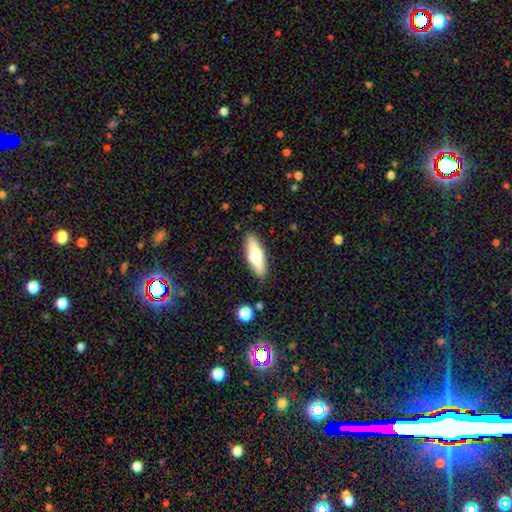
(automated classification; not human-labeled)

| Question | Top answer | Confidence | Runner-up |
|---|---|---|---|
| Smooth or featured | smooth | 54% | featured or disk (40%) |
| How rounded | in between | 51% | cigar-shaped (46%) |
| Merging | none | 86% | minor disturbance (10%) |